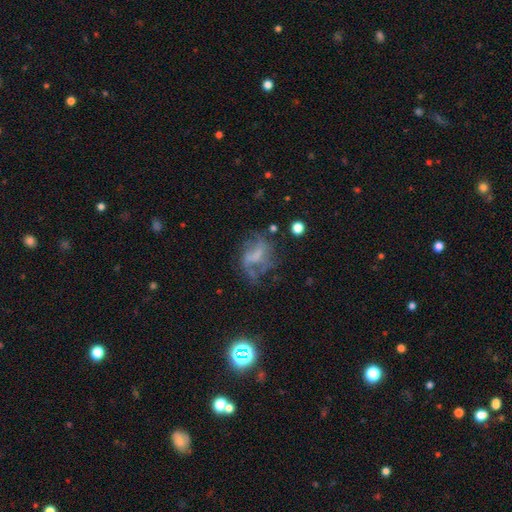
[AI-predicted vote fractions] Smooth or featured? featured or disk (61%)
Edge-on disk? no (96%)
Bar? no (46%)
Spiral arms? yes (62%)
Bulge size? none (59%)
Merging? none (41%)